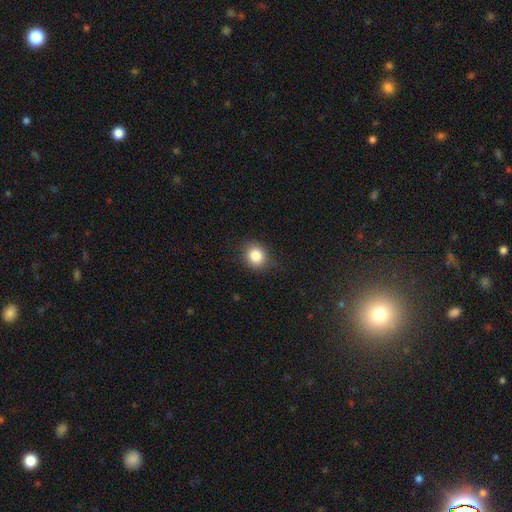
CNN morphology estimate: Smooth or featured: smooth — 84% (star or artifact — 10%)
How rounded: round — 73% (in between — 26%)
Merging: none — 82% (minor disturbance — 13%)